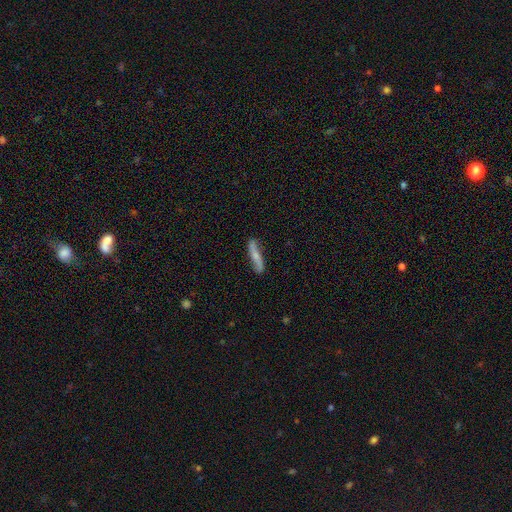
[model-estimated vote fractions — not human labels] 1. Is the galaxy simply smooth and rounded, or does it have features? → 49% featured or disk, 45% smooth, 6% star or artifact.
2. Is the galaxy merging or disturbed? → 77% none, 17% minor disturbance, 4% major disturbance, 2% merger.